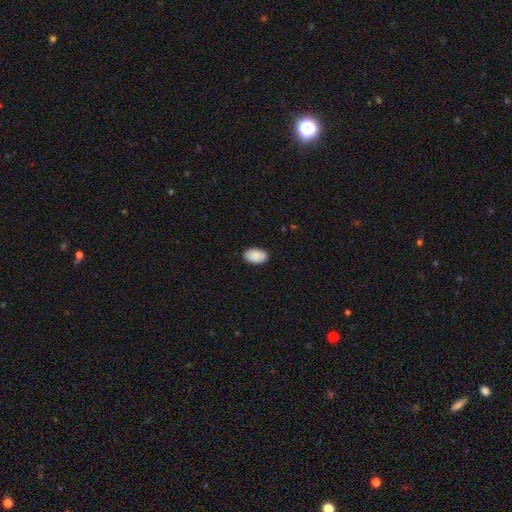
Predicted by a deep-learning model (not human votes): Smooth or featured: smooth — 89% (star or artifact — 6%)
How rounded: in between — 93% (round — 6%)
Merging: none — 87% (minor disturbance — 10%)